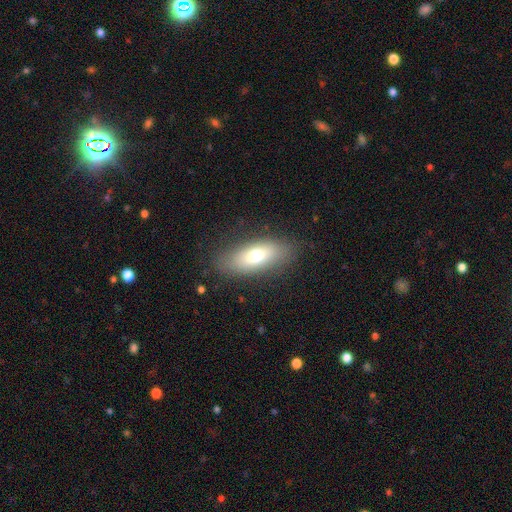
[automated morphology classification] This is likely a smooth galaxy (70%). How rounded: likely in between (75%). Merging: clearly none (83%).